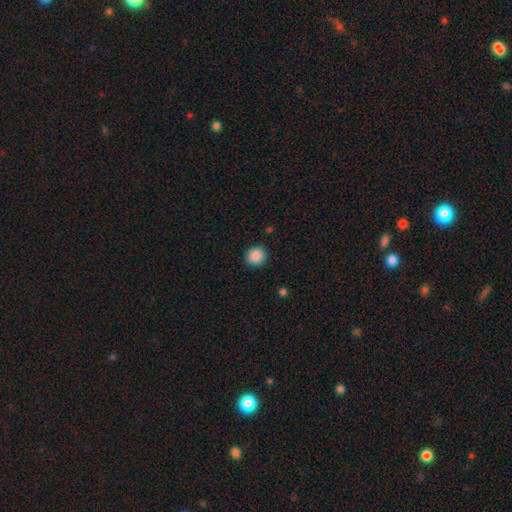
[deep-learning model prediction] The model was most divided on "smooth or featured": smooth: 88%, star or artifact: 9%, featured or disk: 3%. More confident: merging — none (91%); how rounded — round (90%).